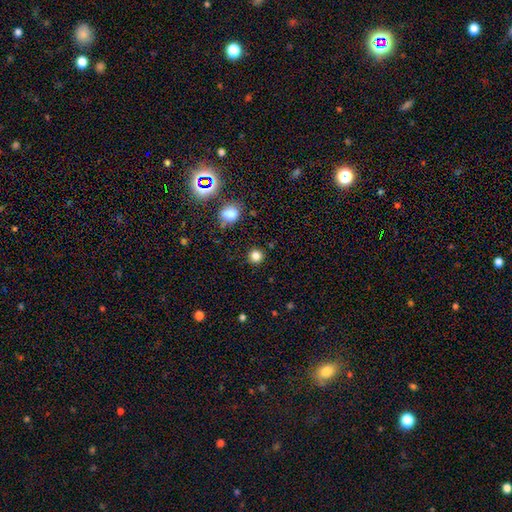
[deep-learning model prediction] Smooth or featured?
  - smooth: 82% *
  - star or artifact: 14%
  - featured or disk: 4%
How rounded?
  - round: 91% *
  - in between: 8%
  - cigar-shaped: 1%
Merging?
  - none: 89% *
  - minor disturbance: 7%
  - major disturbance: 2%
  - merger: 2%